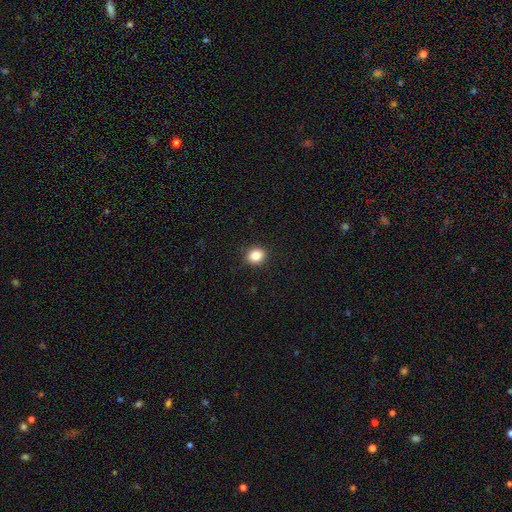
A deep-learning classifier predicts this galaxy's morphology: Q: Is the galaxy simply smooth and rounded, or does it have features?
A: smooth — 85%.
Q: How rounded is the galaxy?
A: round — 72%.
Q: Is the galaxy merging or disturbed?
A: none — 91%.